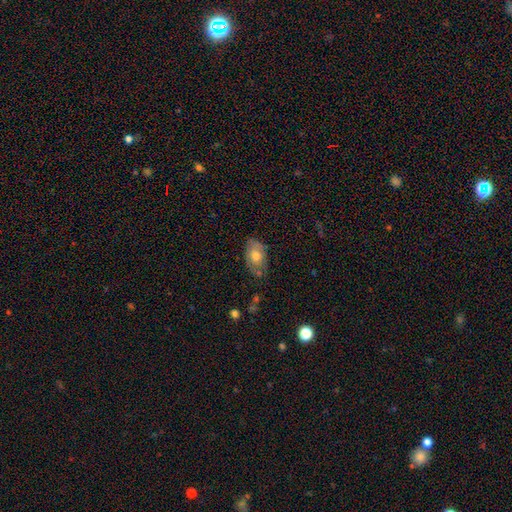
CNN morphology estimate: type=smooth (65%); roundness=in between (88%); merging=none (67%).